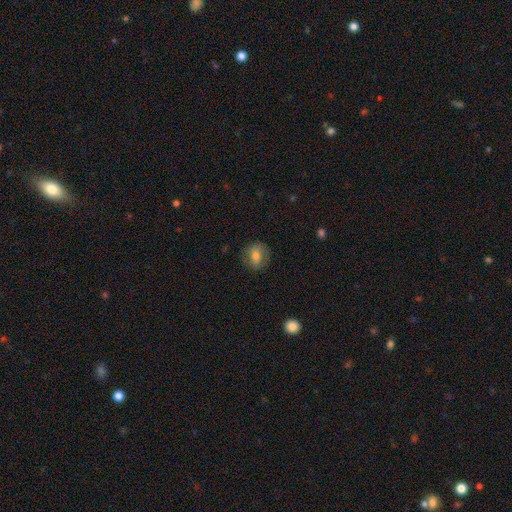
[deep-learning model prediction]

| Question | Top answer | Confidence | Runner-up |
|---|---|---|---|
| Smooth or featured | smooth | 63% | featured or disk (29%) |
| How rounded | round | 59% | in between (39%) |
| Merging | none | 79% | minor disturbance (15%) |